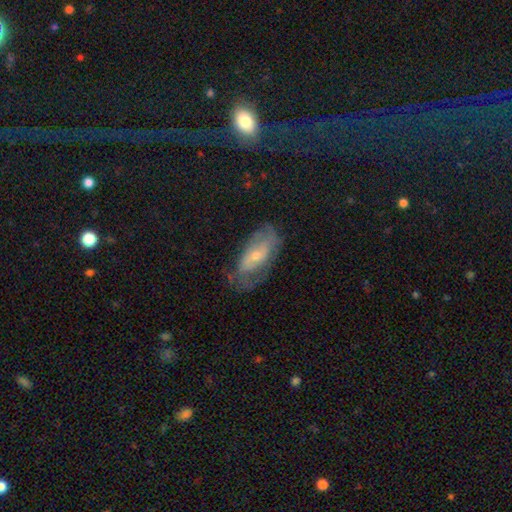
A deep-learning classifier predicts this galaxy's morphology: Overall: featured or disk (54%; smooth 38%). Edge-on disk: no (87%). Merging: none (56%; minor disturbance 27%).